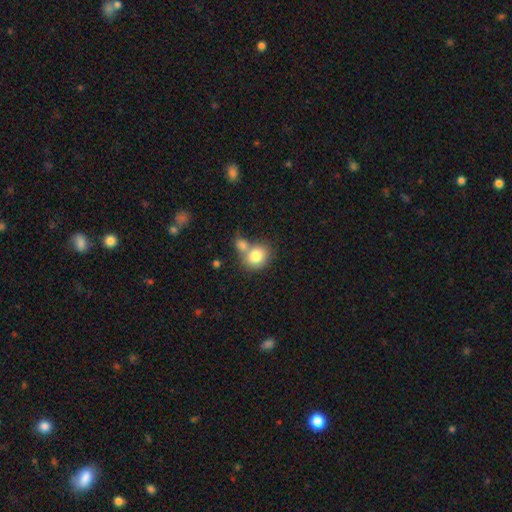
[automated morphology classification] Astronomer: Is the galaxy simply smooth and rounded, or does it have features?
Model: smooth — 80%.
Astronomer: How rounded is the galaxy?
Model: round — 61% (runner-up: in between, 38%).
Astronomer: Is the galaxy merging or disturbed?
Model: merger — 45% (runner-up: none, 41%).